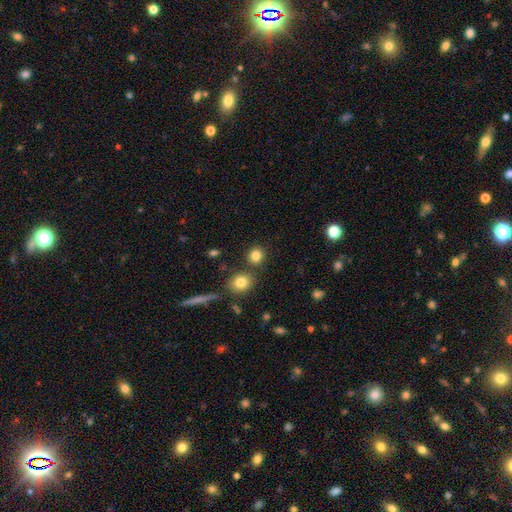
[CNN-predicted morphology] smooth 83%, star or artifact 11%, featured or disk 6%. Down the decision tree: how rounded — round (84%); merging — none (79%).